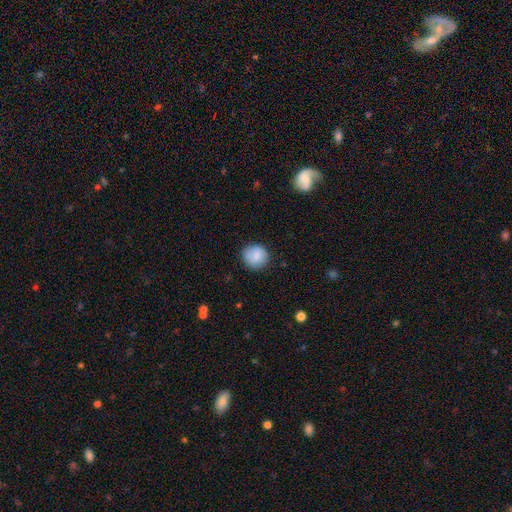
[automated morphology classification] This is clearly a smooth galaxy (83%). How rounded: clearly round (90%). Merging: clearly none (84%).